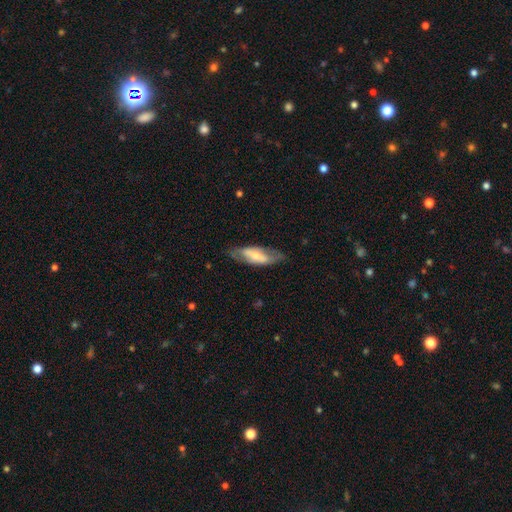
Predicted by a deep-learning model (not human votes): This appears to be a featured or disk galaxy (52%). Merging: none (73%).